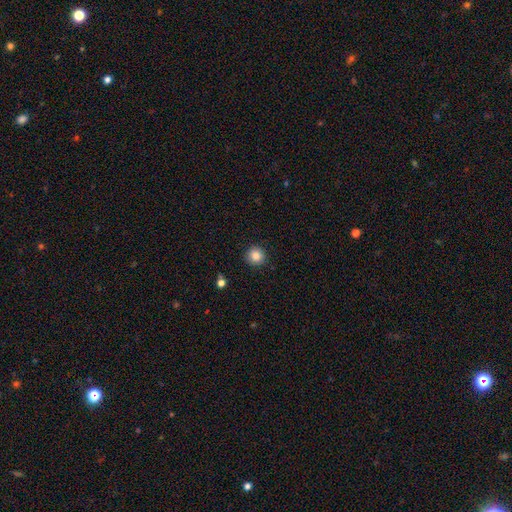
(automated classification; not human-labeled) Smooth or featured? smooth (85%)
How rounded? round (94%)
Merging? none (91%)